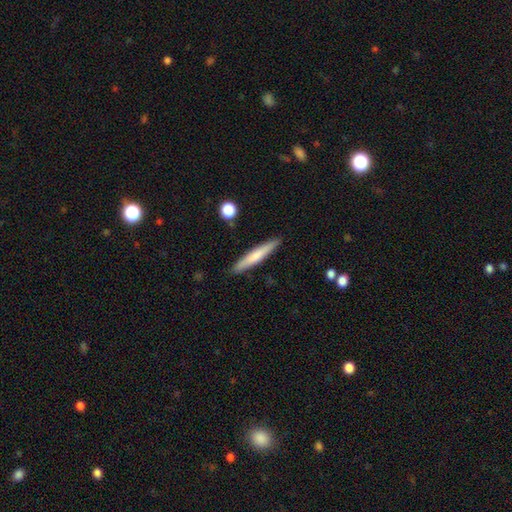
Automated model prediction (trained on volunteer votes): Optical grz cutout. It shows a smooth galaxy with no disk features (66%) that is cigar-shaped (94%). Merging: none (90%).